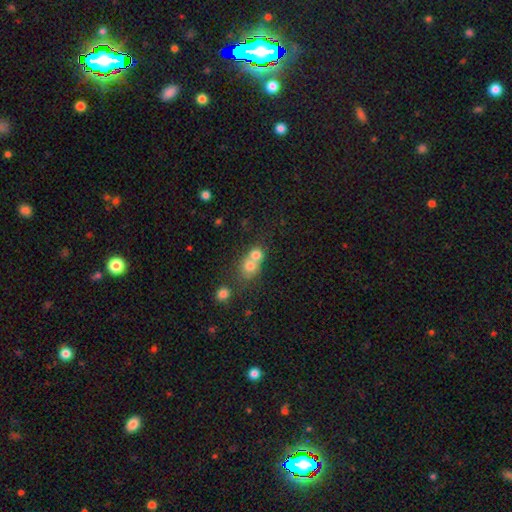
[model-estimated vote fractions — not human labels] Morphology: type=smooth (72%); roundness=round (74%); merging=merger (66%).